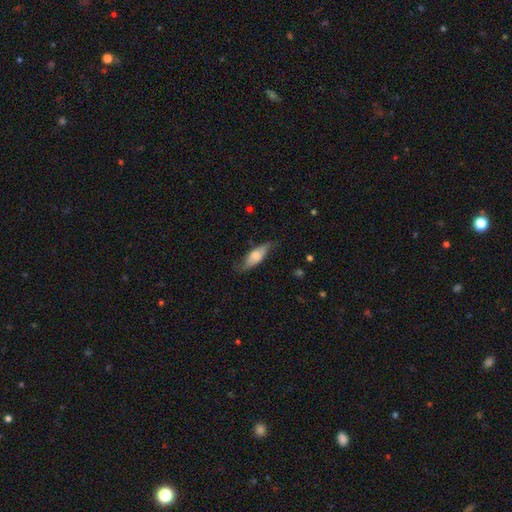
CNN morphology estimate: smooth_or_featured: smooth (p=0.59) [alt: featured or disk p=0.35]
how_rounded: in between (p=0.63) [alt: cigar-shaped p=0.35]
merging: none (p=0.70) [alt: minor disturbance p=0.23]